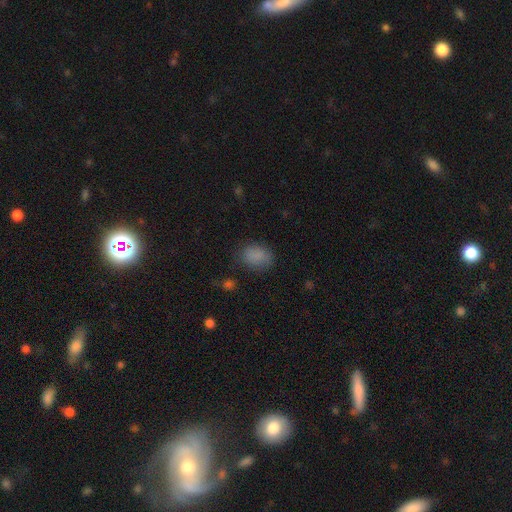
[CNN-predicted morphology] This appears to be a smooth galaxy with no disk features (84%) that is in between round and cigar-shaped (68%). Merging: none (71%).